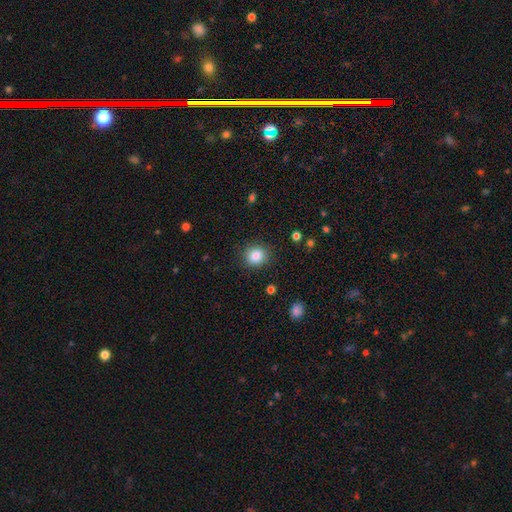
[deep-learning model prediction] The model was most divided on "how rounded": round: 84%, in between: 15%, cigar-shaped: 1%. More confident: merging — none (89%); smooth or featured — smooth (84%).